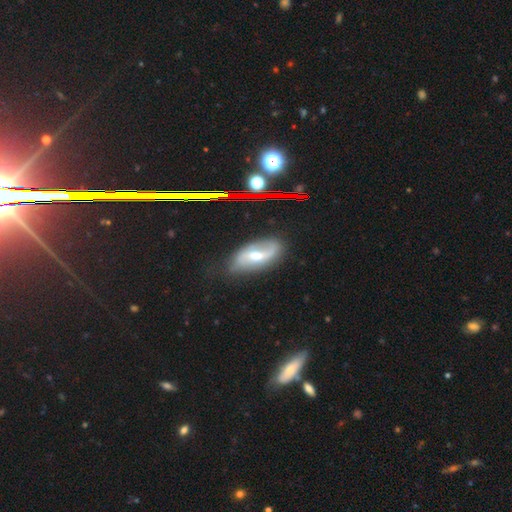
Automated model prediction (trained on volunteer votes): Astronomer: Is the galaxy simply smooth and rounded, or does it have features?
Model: featured or disk — 66%.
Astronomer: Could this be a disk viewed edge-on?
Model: no — 91%.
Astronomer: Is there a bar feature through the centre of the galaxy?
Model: weak — 45% (runner-up: no, 33%).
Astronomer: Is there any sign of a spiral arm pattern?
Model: yes — 80%.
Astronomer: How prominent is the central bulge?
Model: moderate — 70%.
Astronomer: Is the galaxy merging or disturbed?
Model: none — 73%.